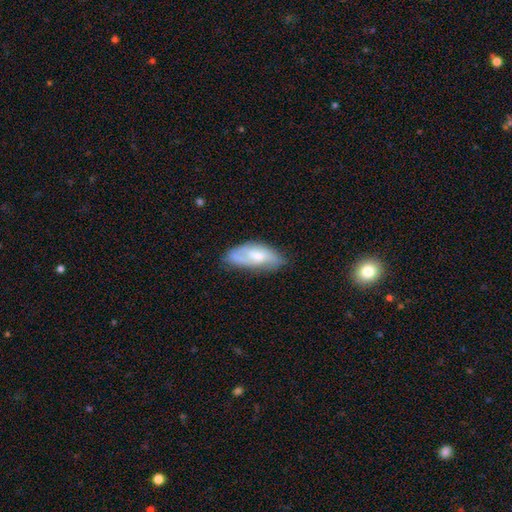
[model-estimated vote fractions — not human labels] A smooth galaxy with no disk features (49%).

Vote fractions:
- Smooth or featured? smooth: 49% / featured or disk: 45% / star or artifact: 6%
- Merging? none: 60% / minor disturbance: 28% / major disturbance: 9% / merger: 2%